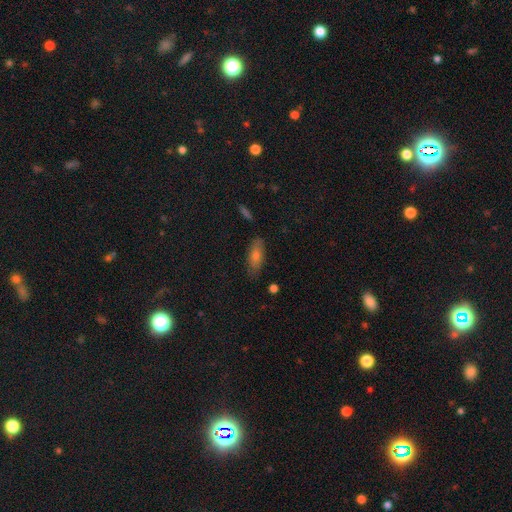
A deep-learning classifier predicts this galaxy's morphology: smooth 63%, featured or disk 26%, star or artifact 11%. Down the decision tree: how rounded — in between (72%); merging — none (83%).